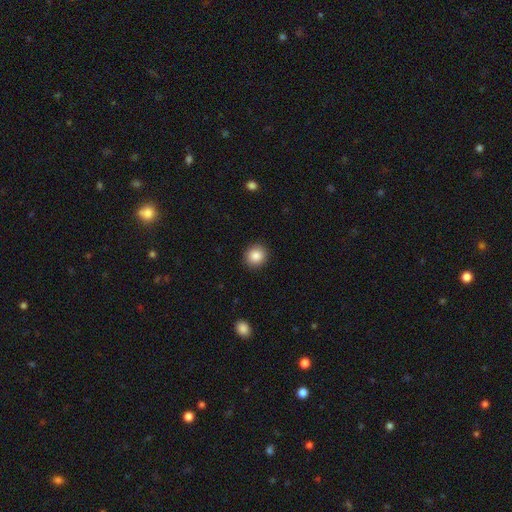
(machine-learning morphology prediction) Smooth or featured?
  - smooth: 86% *
  - star or artifact: 9%
  - featured or disk: 5%
How rounded?
  - round: 83% *
  - in between: 16%
  - cigar-shaped: 1%
Merging?
  - none: 91% *
  - minor disturbance: 6%
  - major disturbance: 2%
  - merger: 1%